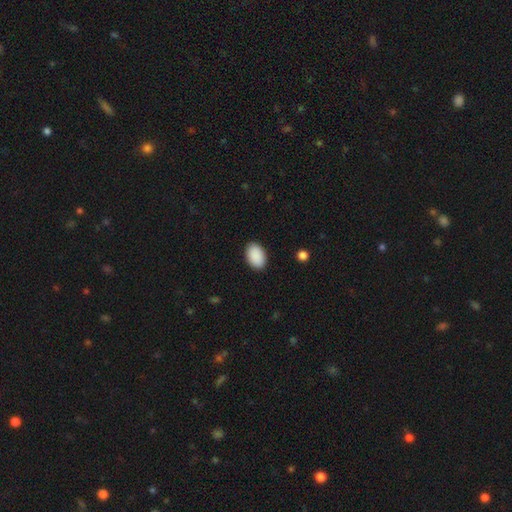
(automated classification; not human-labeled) This is clearly a smooth galaxy (91%). How rounded: clearly in between (91%). Merging: clearly none (89%).